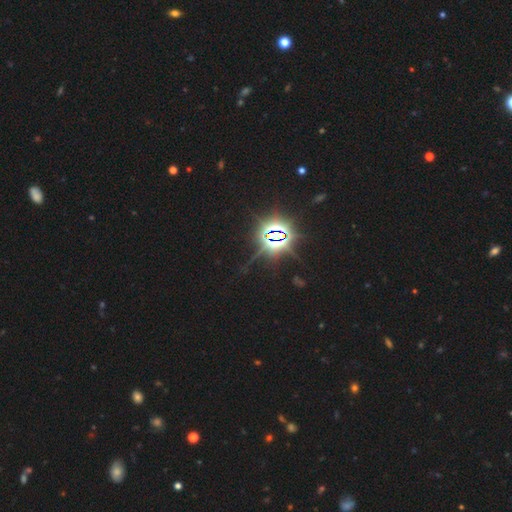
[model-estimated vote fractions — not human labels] smooth-or-featured: star or artifact: 85% | smooth: 8% | featured or disk: 7%